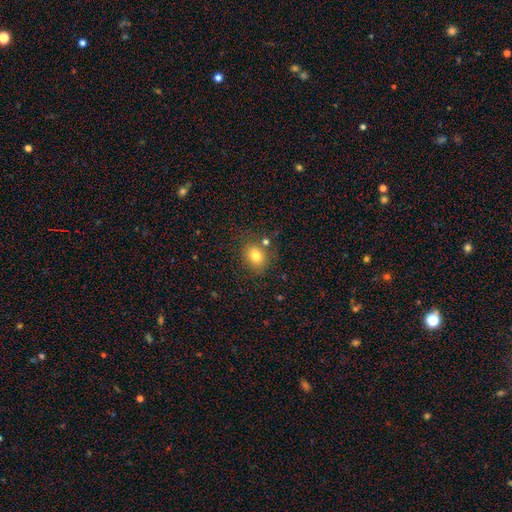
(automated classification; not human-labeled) Morphology: type=smooth (78%); roundness=round (64%); merging=none (75%).